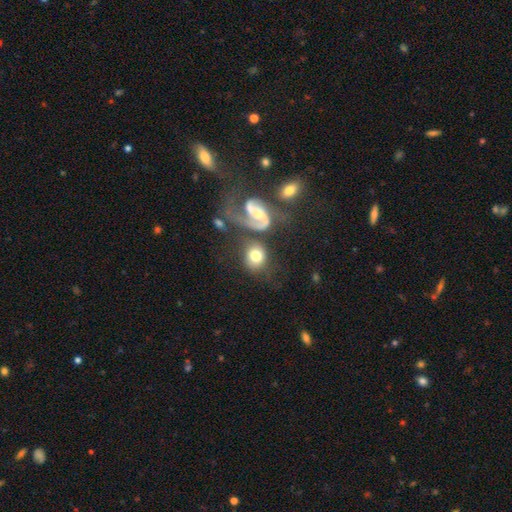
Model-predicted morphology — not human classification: Smooth or featured?
  - smooth: 63% *
  - featured or disk: 29%
  - star or artifact: 8%
How rounded?
  - round: 61% *
  - in between: 38%
  - cigar-shaped: 1%
Merging?
  - none: 42% *
  - merger: 29%
  - major disturbance: 14%
  - minor disturbance: 14%